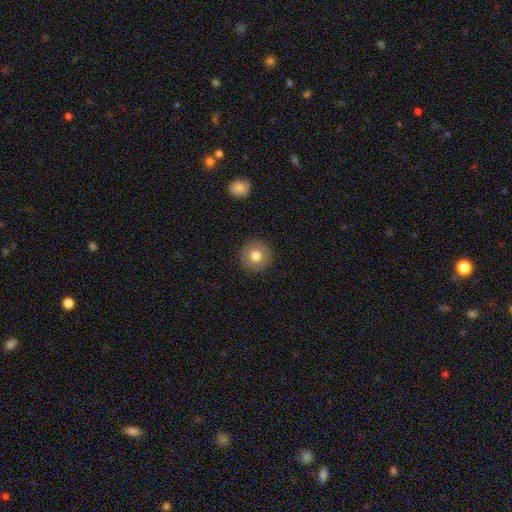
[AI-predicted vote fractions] Smooth or featured?
  - smooth: 77% *
  - featured or disk: 13%
  - star or artifact: 9%
How rounded?
  - round: 95% *
  - in between: 4%
  - cigar-shaped: 1%
Merging?
  - none: 92% *
  - minor disturbance: 5%
  - major disturbance: 2%
  - merger: 1%